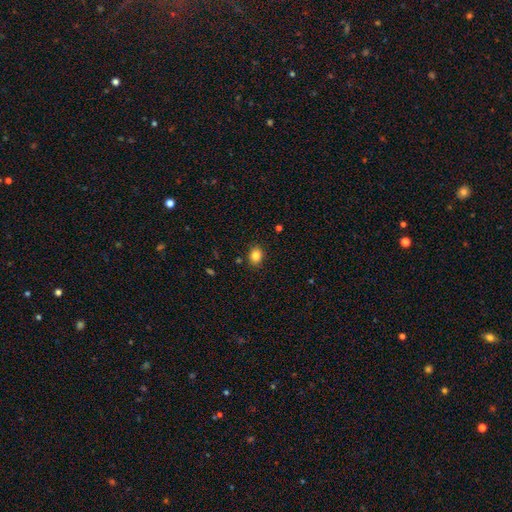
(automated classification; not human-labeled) smooth-or-featured: smooth: 84% | star or artifact: 10% | featured or disk: 6%
  how-rounded: in between: 54% | round: 45% | cigar-shaped: 1%
  merging: none: 87% | minor disturbance: 9% | major disturbance: 2% | merger: 2%